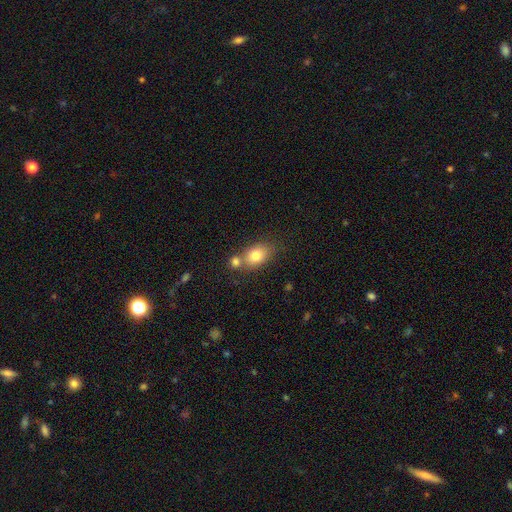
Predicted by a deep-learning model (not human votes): Smooth or featured? Predicted: smooth (p=0.78). How rounded? Predicted: in between (p=0.70). Merging? Predicted: none (p=0.51).